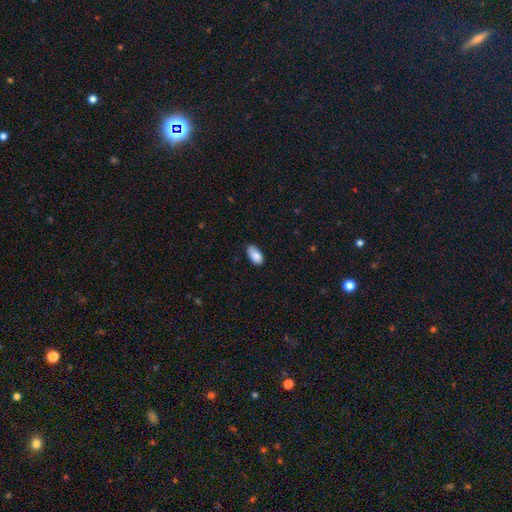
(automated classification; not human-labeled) smooth-or-featured: smooth: 86% | featured or disk: 7% | star or artifact: 7%
  how-rounded: in between: 94% | cigar-shaped: 3% | round: 3%
  merging: none: 72% | minor disturbance: 23% | major disturbance: 3% | merger: 1%